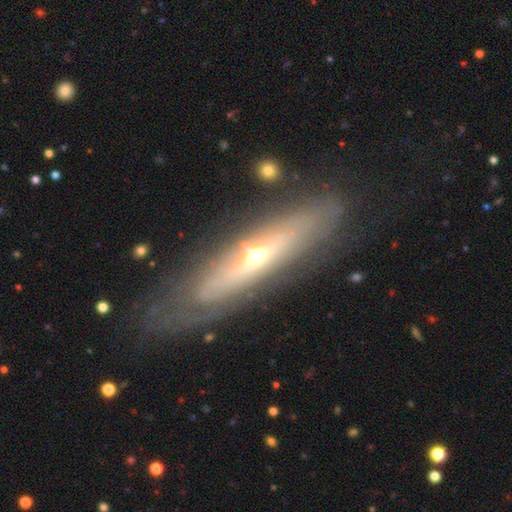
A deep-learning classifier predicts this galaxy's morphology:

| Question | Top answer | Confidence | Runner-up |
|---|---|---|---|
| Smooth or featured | featured or disk | 75% | smooth (19%) |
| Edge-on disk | yes | 50% | tied: no (50%) |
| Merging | none | 73% | minor disturbance (17%) |